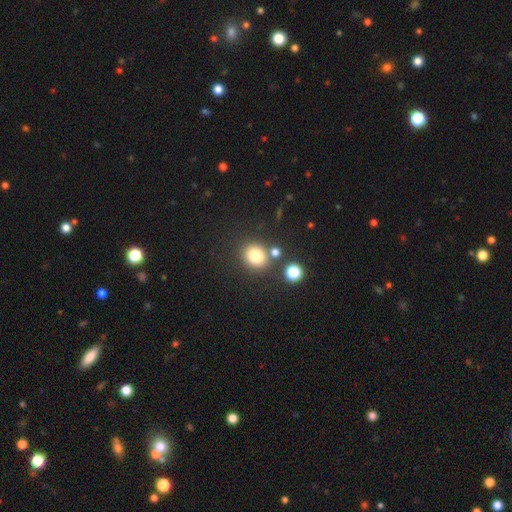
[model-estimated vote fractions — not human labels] Smooth or featured: smooth — 79% (star or artifact — 14%)
How rounded: round — 80% (in between — 19%)
Merging: none — 76% (merger — 12%)